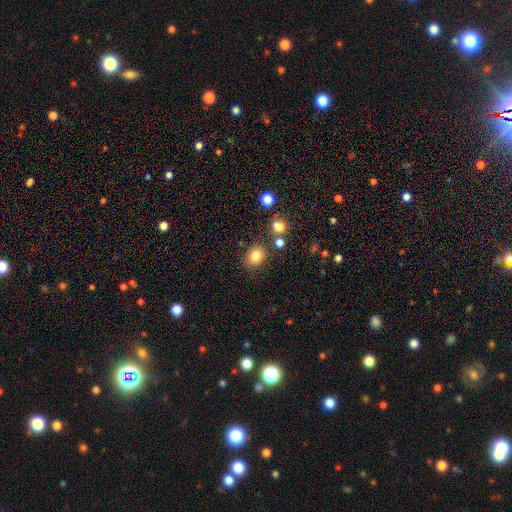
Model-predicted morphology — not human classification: type=smooth (80%); roundness=round (60%); merging=none (79%).